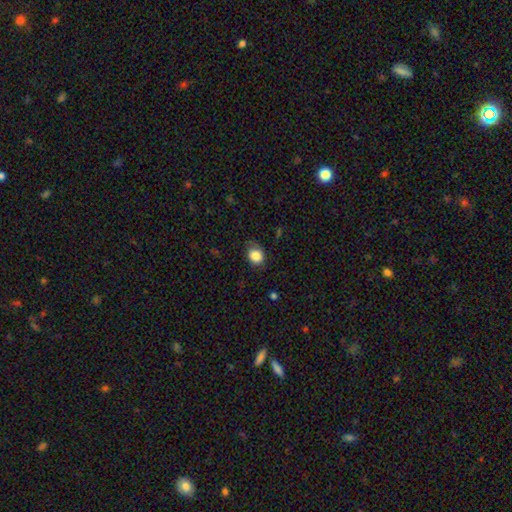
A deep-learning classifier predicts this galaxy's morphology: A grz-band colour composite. It shows a smooth galaxy with no disk features (85%) that is round (55%). Merging: none (75%).